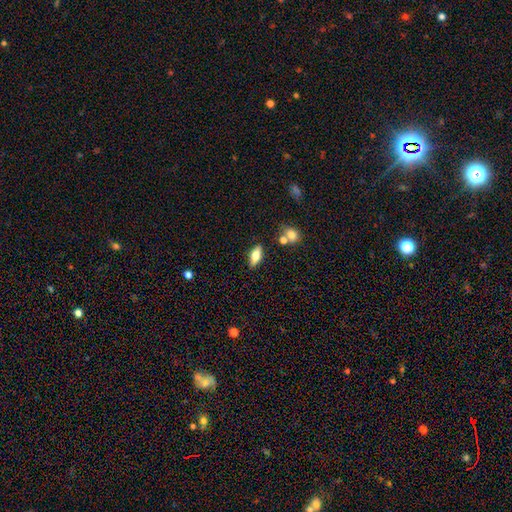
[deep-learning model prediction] Q: Smooth or featured?
A: smooth (58%); runner-up: featured or disk (34%)
Q: How rounded?
A: in between (77%); runner-up: cigar-shaped (19%)
Q: Merging?
A: none (82%); runner-up: minor disturbance (10%)